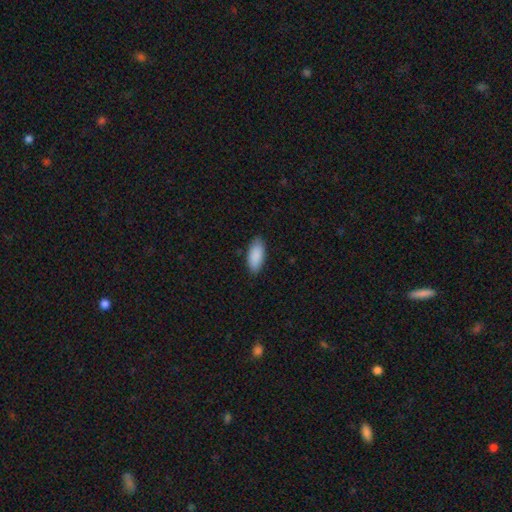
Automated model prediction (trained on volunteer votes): smooth 90%, star or artifact 6%, featured or disk 4%. Down the decision tree: how rounded — in between (88%); merging — none (85%).